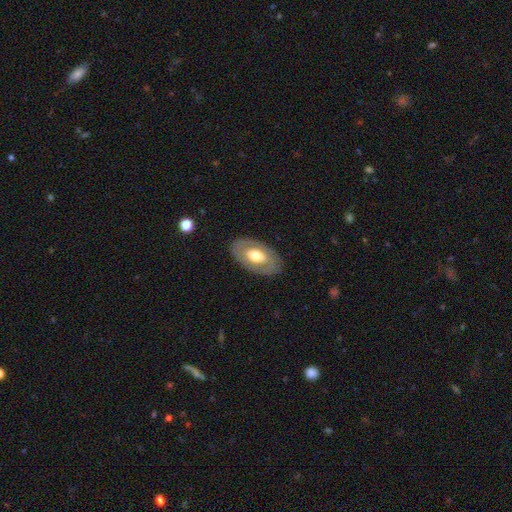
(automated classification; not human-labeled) Smooth or featured: featured or disk — 51% (smooth — 44%)
Edge-on disk: no — 89% (yes — 11%)
Merging: none — 84% (minor disturbance — 11%)